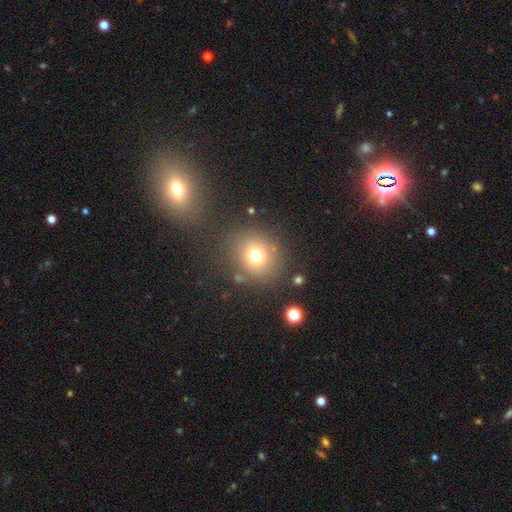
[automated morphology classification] The model was most divided on "smooth or featured": smooth: 72%, star or artifact: 16%, featured or disk: 12%. More confident: how rounded — round (82%); merging — none (77%).